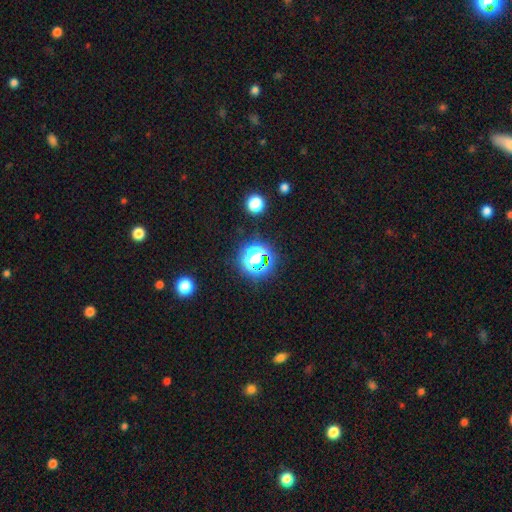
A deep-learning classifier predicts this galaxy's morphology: A star or artifact, not a galaxy (66%).

Vote fractions:
- Smooth or featured? star or artifact: 66% / smooth: 26% / featured or disk: 9%